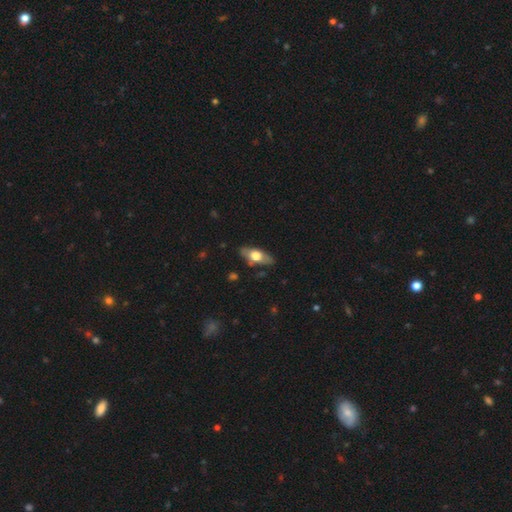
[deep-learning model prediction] This appears to be a smooth galaxy with no disk features (53%) that is in between round and cigar-shaped (77%). Merging: none (80%).